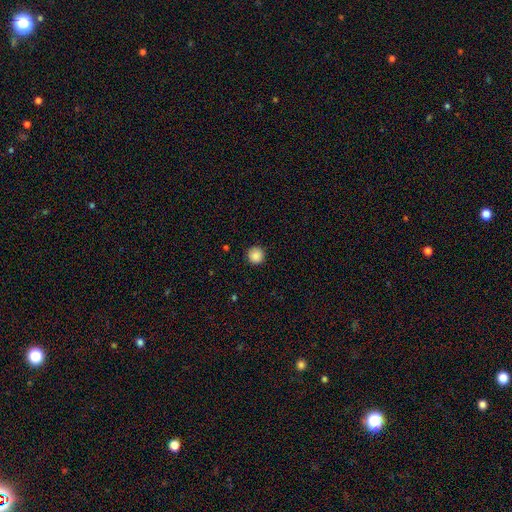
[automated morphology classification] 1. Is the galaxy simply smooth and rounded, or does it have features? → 88% smooth, 9% star or artifact, 3% featured or disk.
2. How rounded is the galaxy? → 96% round, 3% in between, 1% cigar-shaped.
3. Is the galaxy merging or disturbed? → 92% none, 6% minor disturbance, 2% major disturbance, 1% merger.